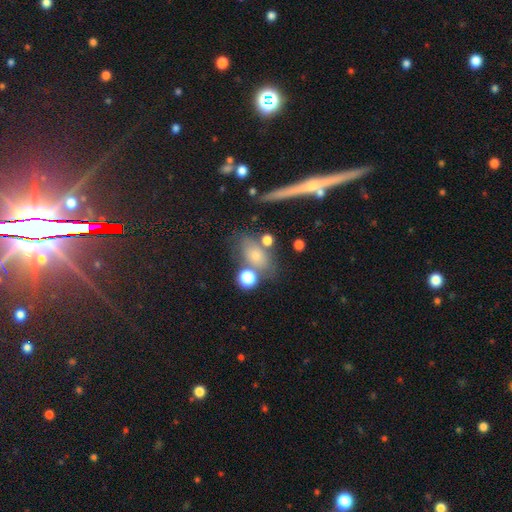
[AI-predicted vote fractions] Morphology: type=smooth (68%); roundness=in between (71%); merging=none (55%).